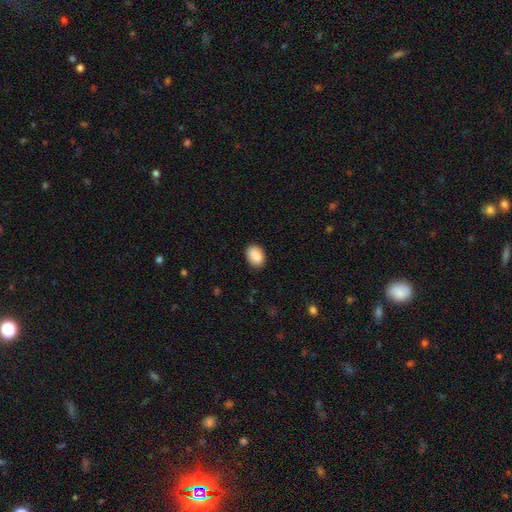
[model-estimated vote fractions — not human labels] Q: Smooth or featured?
A: smooth (89%); runner-up: star or artifact (7%)
Q: How rounded?
A: in between (77%); runner-up: round (22%)
Q: Merging?
A: none (86%); runner-up: minor disturbance (11%)